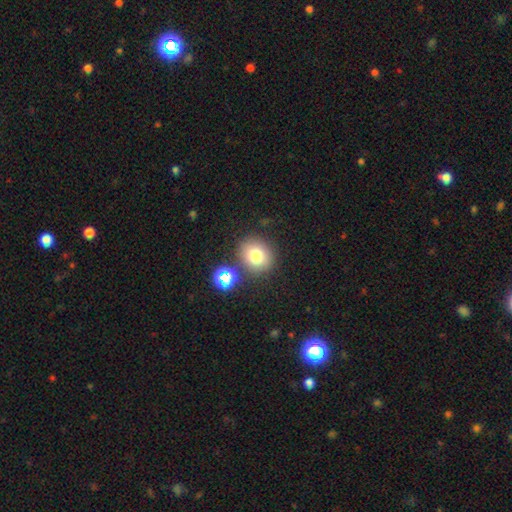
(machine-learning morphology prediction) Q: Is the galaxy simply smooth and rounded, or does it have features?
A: smooth — 77%.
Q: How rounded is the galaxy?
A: round — 78%.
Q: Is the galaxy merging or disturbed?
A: none — 78%.